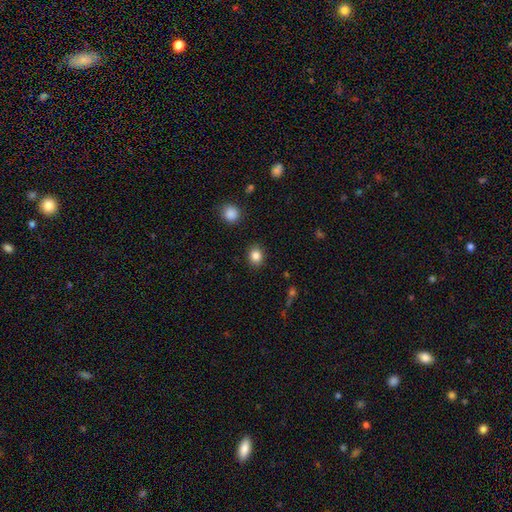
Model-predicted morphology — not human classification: The model was most divided on "how rounded": round: 70%, in between: 29%, cigar-shaped: 1%. More confident: merging — none (89%); smooth or featured — smooth (84%).